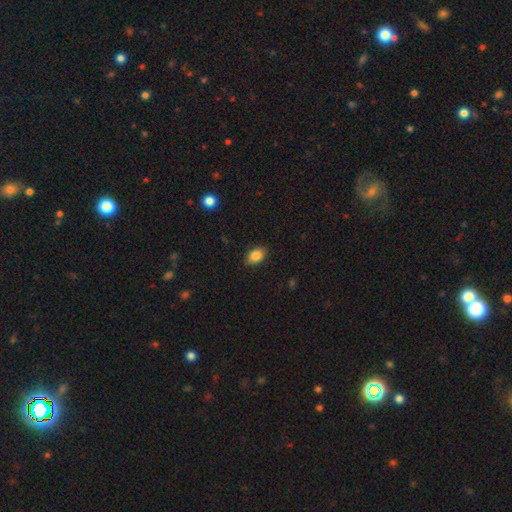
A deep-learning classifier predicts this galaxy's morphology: Q: Smooth or featured?
A: smooth (85%); runner-up: star or artifact (8%)
Q: How rounded?
A: in between (83%); runner-up: round (16%)
Q: Merging?
A: none (86%); runner-up: minor disturbance (11%)